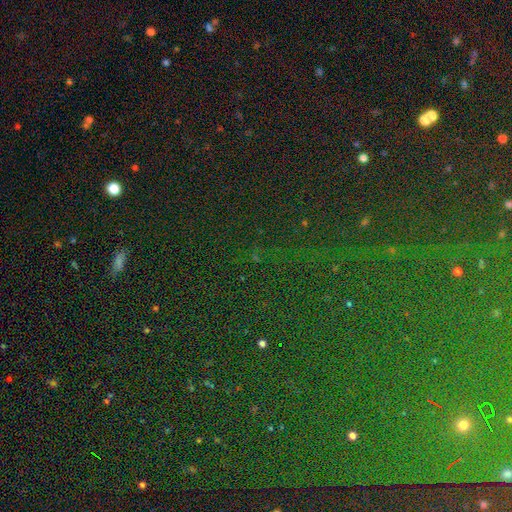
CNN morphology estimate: Smooth or featured?
  - star or artifact: 84% *
  - smooth: 9%
  - featured or disk: 7%